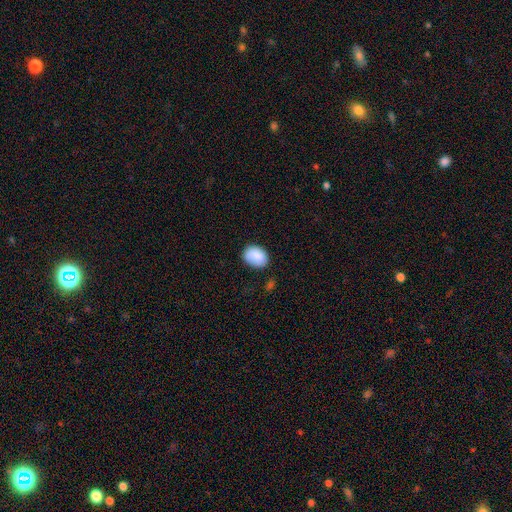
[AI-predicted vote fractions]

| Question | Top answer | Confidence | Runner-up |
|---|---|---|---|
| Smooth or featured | smooth | 88% | star or artifact (7%) |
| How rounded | in between | 69% | round (30%) |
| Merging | none | 75% | minor disturbance (19%) |